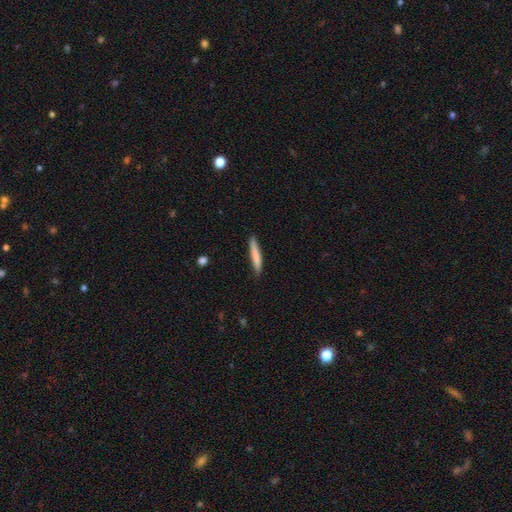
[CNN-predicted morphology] Q: Smooth or featured?
A: smooth (78%); runner-up: featured or disk (17%)
Q: How rounded?
A: cigar-shaped (94%); runner-up: in between (5%)
Q: Merging?
A: none (86%); runner-up: minor disturbance (10%)